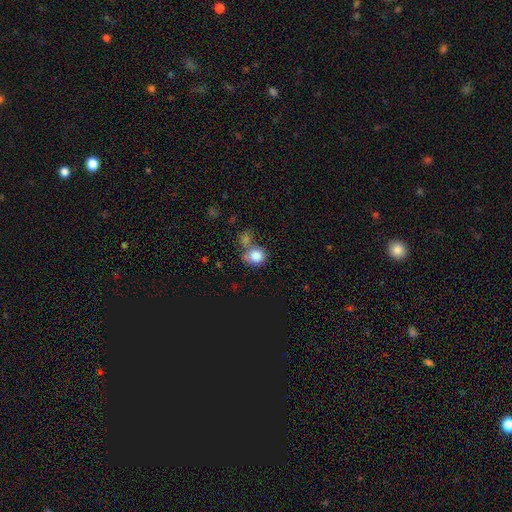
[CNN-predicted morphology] smooth-or-featured: smooth: 83% | star or artifact: 10% | featured or disk: 7%
  how-rounded: round: 75% | in between: 24% | cigar-shaped: 1%
  merging: none: 45% | merger: 34% | minor disturbance: 15% | major disturbance: 7%